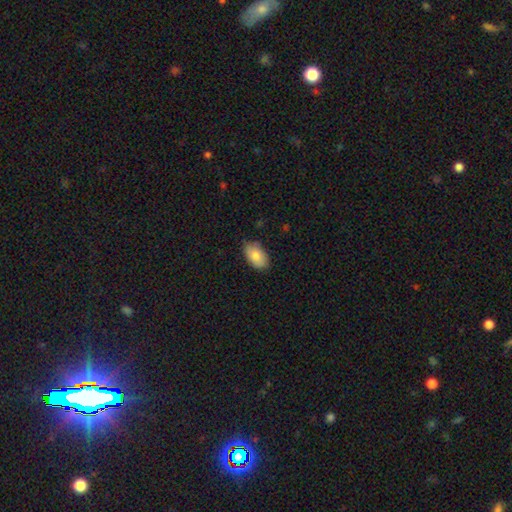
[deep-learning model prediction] Smooth or featured? smooth (82%)
How rounded? in between (93%)
Merging? none (82%)